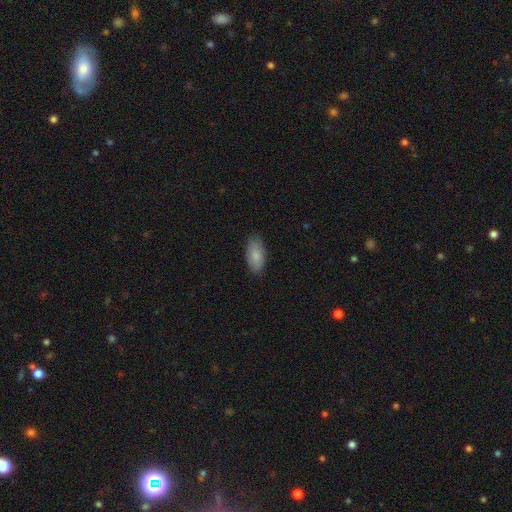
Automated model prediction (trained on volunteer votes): Smooth or featured?
  - smooth: 86% *
  - featured or disk: 8%
  - star or artifact: 6%
How rounded?
  - in between: 92% *
  - cigar-shaped: 6%
  - round: 2%
Merging?
  - none: 84% *
  - minor disturbance: 13%
  - major disturbance: 3%
  - merger: 1%